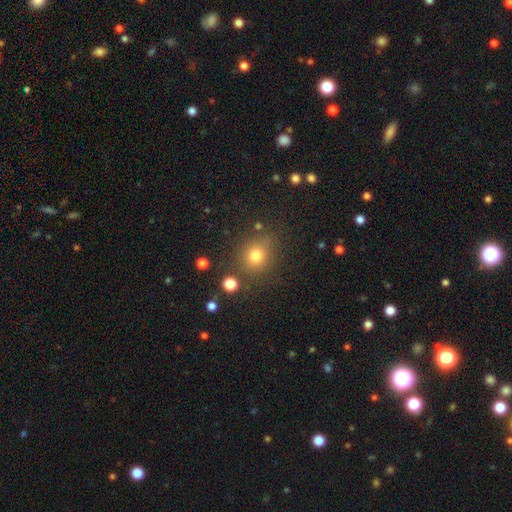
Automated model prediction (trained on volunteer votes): Smooth or featured? Predicted: smooth (p=0.75). How rounded? Predicted: round (p=0.78). Merging? Predicted: none (p=0.80).